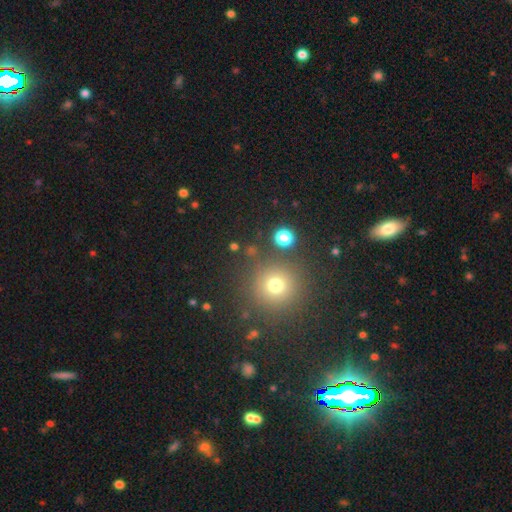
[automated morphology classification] Q: Smooth or featured?
A: smooth (52%); runner-up: star or artifact (39%)
Q: How rounded?
A: round (93%); runner-up: in between (6%)
Q: Merging?
A: none (86%); runner-up: minor disturbance (7%)